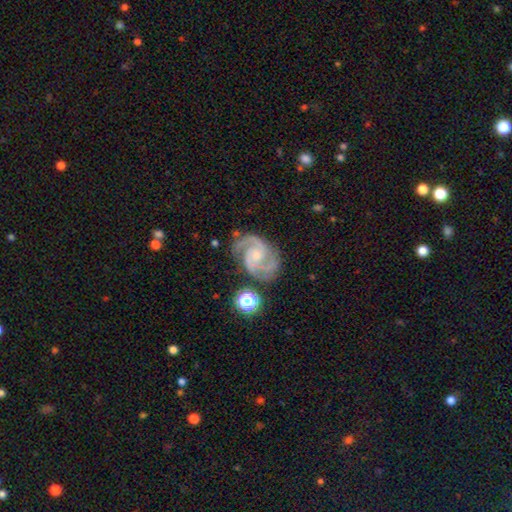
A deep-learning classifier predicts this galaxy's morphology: Q: Smooth or featured?
A: featured or disk (91%); runner-up: star or artifact (5%)
Q: Edge-on disk?
A: no (98%); runner-up: yes (2%)
Q: Bar?
A: no (61%); runner-up: weak (32%)
Q: Spiral arms?
A: yes (98%); runner-up: no (2%)
Q: Spiral winding?
A: medium (52%); runner-up: tight (40%)
Q: Spiral arm count?
A: 2 (78%); runner-up: 3 (14%)
Q: Bulge size?
A: small (60%); runner-up: moderate (30%)
Q: Merging?
A: none (73%); runner-up: minor disturbance (17%)